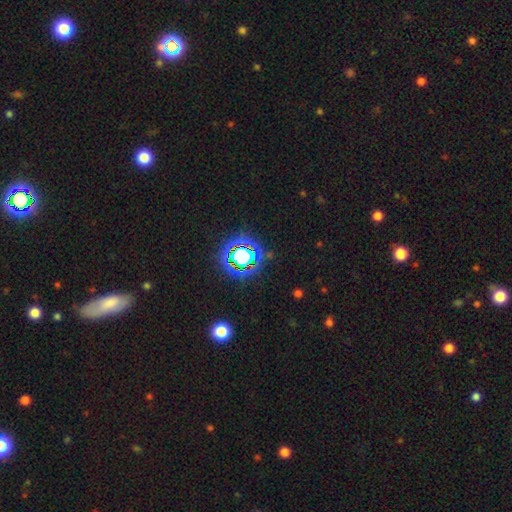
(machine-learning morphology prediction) smooth-or-featured: star or artifact: 77% | smooth: 14% | featured or disk: 9%